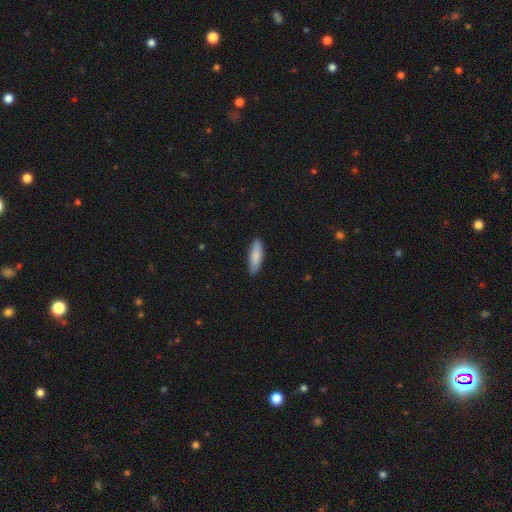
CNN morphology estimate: Smooth or featured? smooth (85%)
How rounded? in between (53%)
Merging? none (89%)